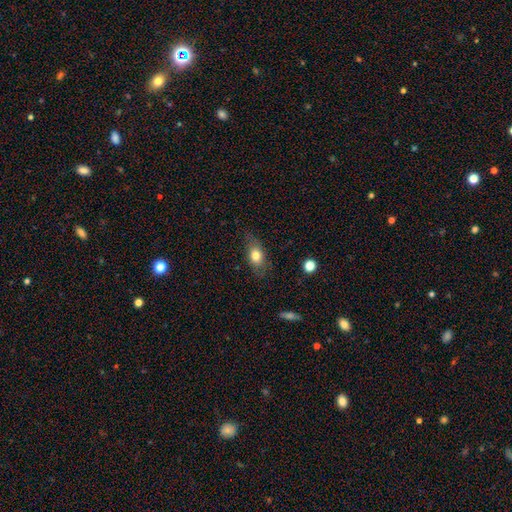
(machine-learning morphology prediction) smooth-or-featured: smooth: 74% | featured or disk: 18% | star or artifact: 8%
  how-rounded: in between: 80% | round: 14% | cigar-shaped: 6%
  merging: none: 72% | minor disturbance: 21% | major disturbance: 6% | merger: 1%